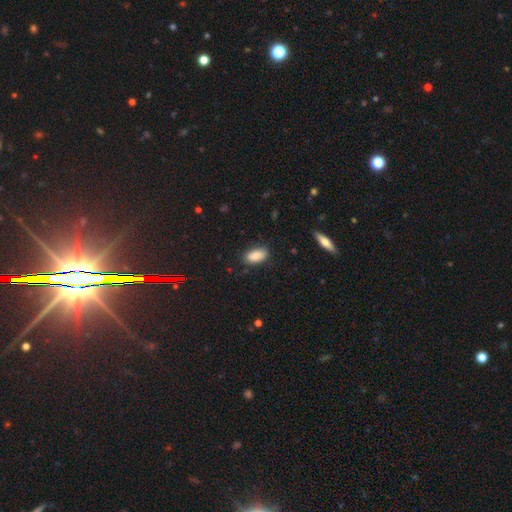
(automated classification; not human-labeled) Smooth or featured?
  - smooth: 87% *
  - star or artifact: 7%
  - featured or disk: 5%
How rounded?
  - in between: 91% *
  - cigar-shaped: 5%
  - round: 4%
Merging?
  - none: 78% *
  - minor disturbance: 17%
  - major disturbance: 4%
  - merger: 1%